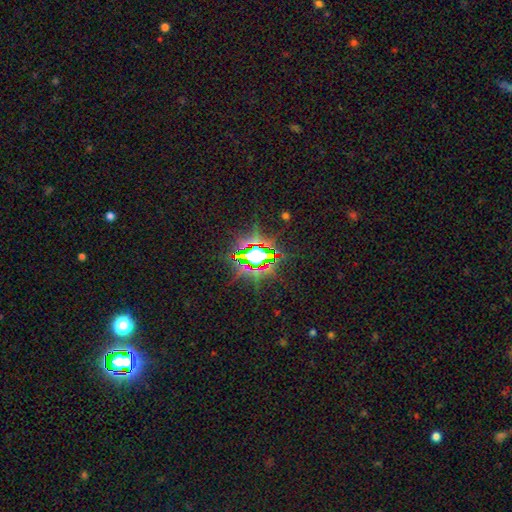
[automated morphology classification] A star or artifact, not a galaxy (78%).

Vote fractions:
- Smooth or featured? star or artifact: 78% / smooth: 11% / featured or disk: 11%